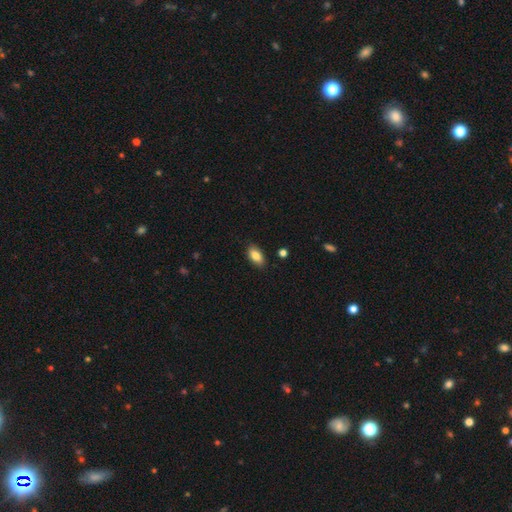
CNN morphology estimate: type=smooth (85%); roundness=in between (90%); merging=none (85%).